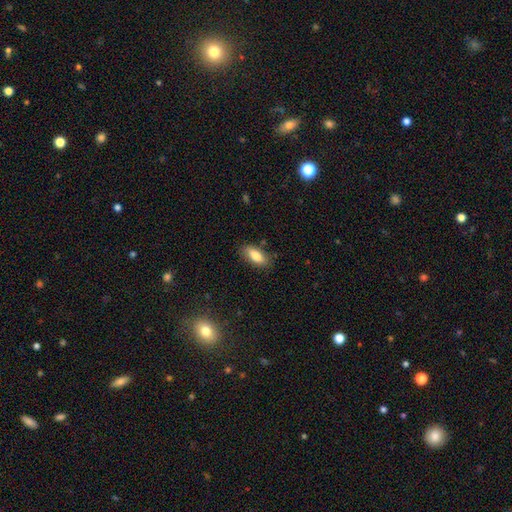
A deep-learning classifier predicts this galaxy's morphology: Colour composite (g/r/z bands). It shows a smooth galaxy with no disk features (82%) that is in between round and cigar-shaped (83%). Merging: none (82%).